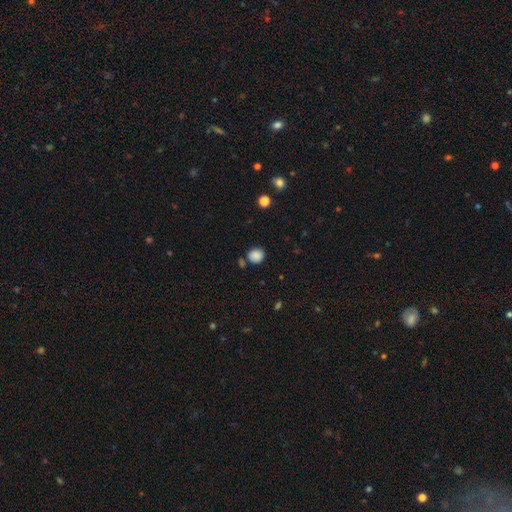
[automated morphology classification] This is clearly a smooth galaxy (86%). How rounded: likely round (76%). Merging: likely none (76%).